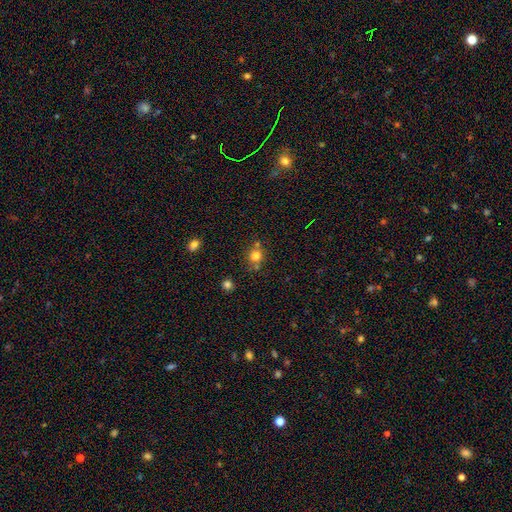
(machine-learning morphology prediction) This appears to be a smooth galaxy with no disk features (77%) that is round (86%). Merging: none (67%).